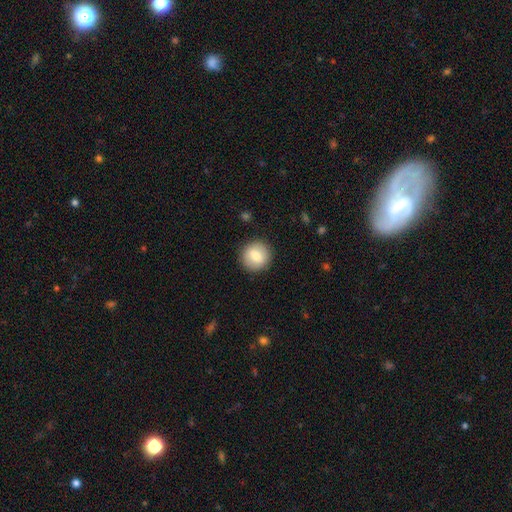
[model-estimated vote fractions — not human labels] Smooth or featured?
  - smooth: 75% *
  - featured or disk: 18%
  - star or artifact: 7%
How rounded?
  - round: 92% *
  - in between: 7%
  - cigar-shaped: 1%
Merging?
  - none: 90% *
  - minor disturbance: 7%
  - major disturbance: 2%
  - merger: 1%